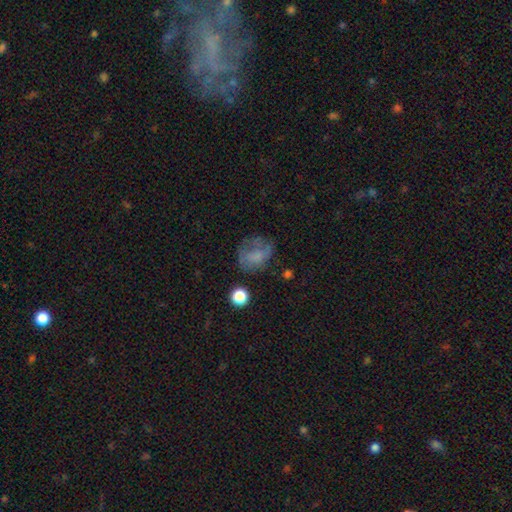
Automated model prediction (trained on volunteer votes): smooth_or_featured: smooth (p=0.54) [alt: featured or disk p=0.30]
how_rounded: round (p=0.52) [alt: in between p=0.47]
merging: none (p=0.48) [alt: minor disturbance p=0.24]